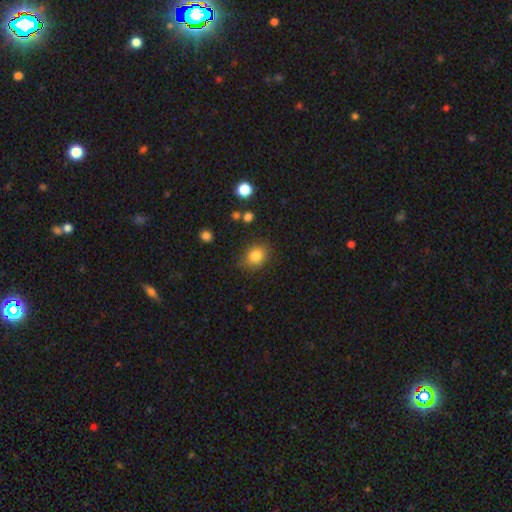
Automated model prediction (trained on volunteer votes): Smooth or featured: smooth — 83% (star or artifact — 10%)
How rounded: in between — 53% (round — 46%)
Merging: none — 80% (minor disturbance — 15%)